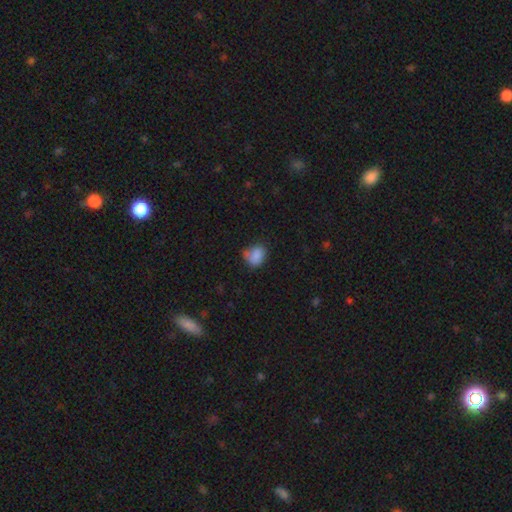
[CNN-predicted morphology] A smooth galaxy with no disk features (84%) that is in between round and cigar-shaped (54%).

Vote fractions:
- Smooth or featured? smooth: 84% / star or artifact: 10% / featured or disk: 7%
- How rounded? in between: 54% / round: 45% / cigar-shaped: 1%
- Merging? none: 53% / minor disturbance: 31% / major disturbance: 9% / merger: 7%